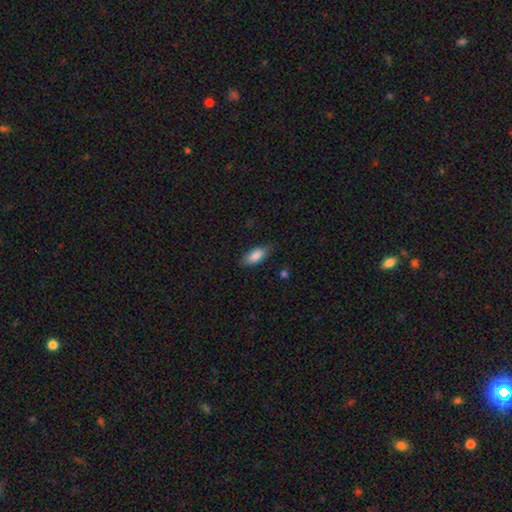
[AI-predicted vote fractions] This is clearly a smooth galaxy (86%). How rounded: clearly in between (85%). Merging: likely none (78%).